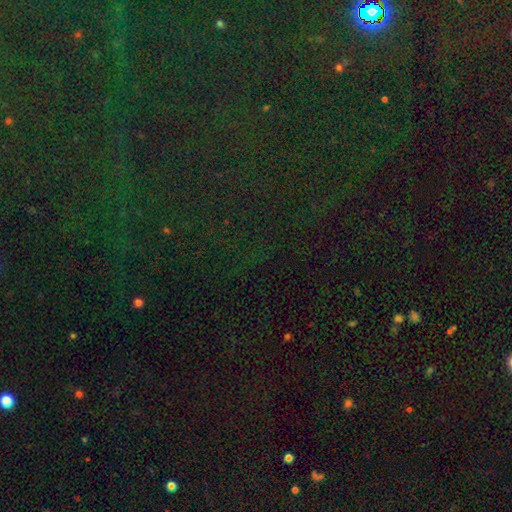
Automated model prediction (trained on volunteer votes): Q: Smooth or featured?
A: star or artifact (83%); runner-up: smooth (9%)